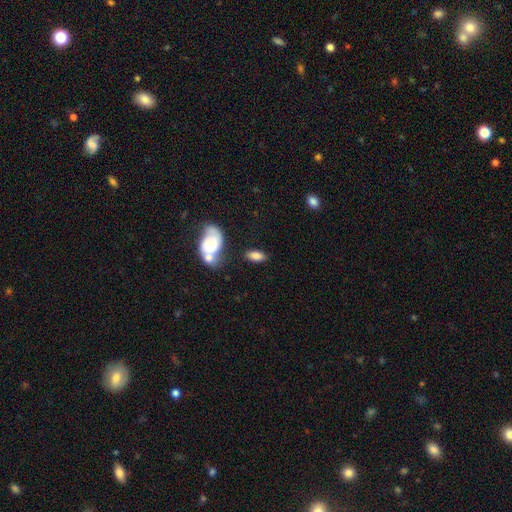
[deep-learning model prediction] Smooth or featured? smooth (77%)
How rounded? in between (85%)
Merging? none (63%)